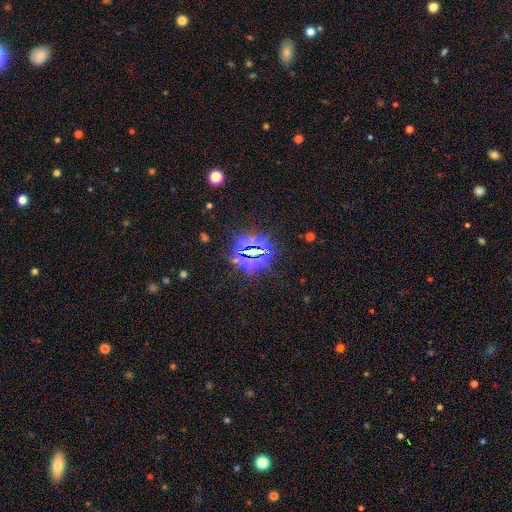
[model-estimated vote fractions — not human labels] Overall: star or artifact (80%).